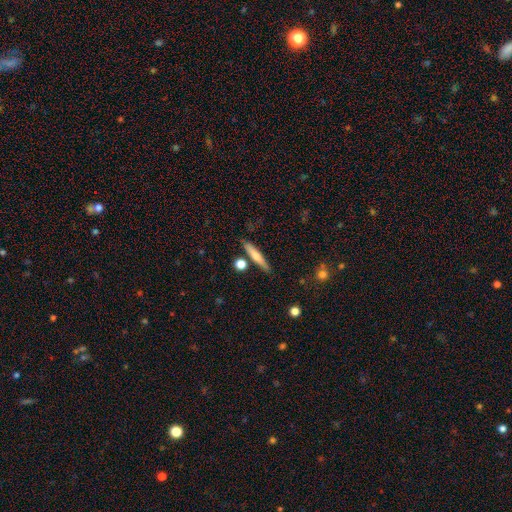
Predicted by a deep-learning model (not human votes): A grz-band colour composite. It shows a smooth galaxy with no disk features (57%) that is cigar-shaped (88%). Merging: none (81%).